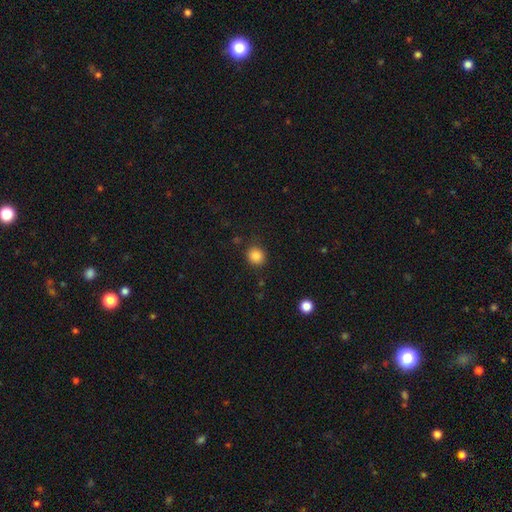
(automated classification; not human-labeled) smooth 85%, star or artifact 11%, featured or disk 4%. Down the decision tree: how rounded — round (87%); merging — none (86%).